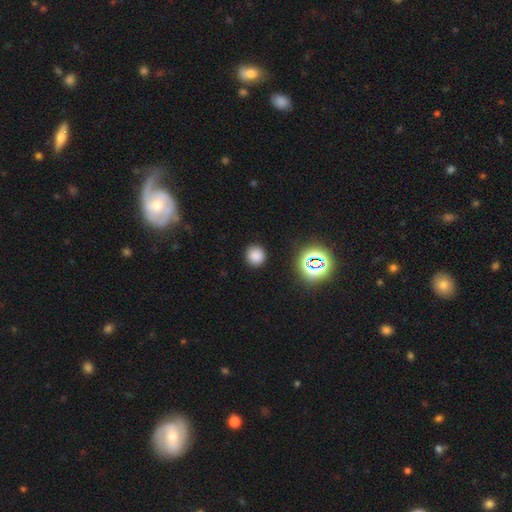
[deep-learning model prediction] Smooth or featured: smooth — 79% (star or artifact — 17%)
How rounded: round — 91% (in between — 8%)
Merging: none — 90% (minor disturbance — 6%)